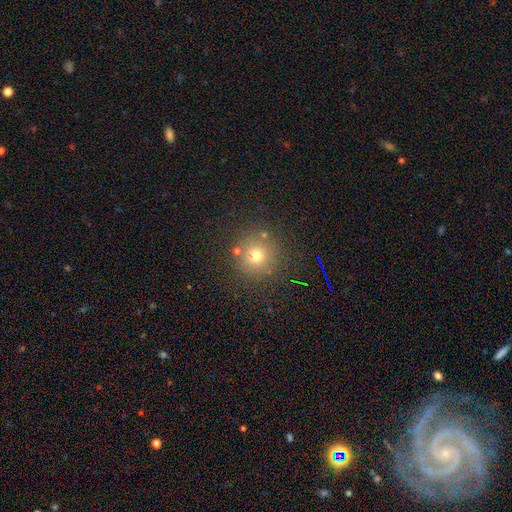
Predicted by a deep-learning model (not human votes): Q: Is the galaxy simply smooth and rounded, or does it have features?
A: smooth — 68%.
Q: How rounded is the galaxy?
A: round — 94%.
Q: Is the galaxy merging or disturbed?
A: none — 82%.